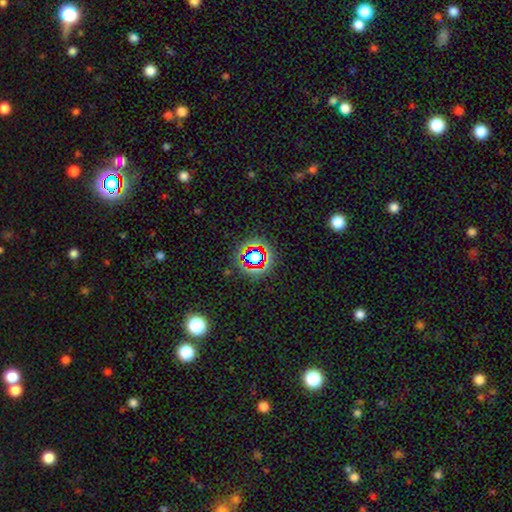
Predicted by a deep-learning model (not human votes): Smooth or featured? Predicted: star or artifact (p=0.62).